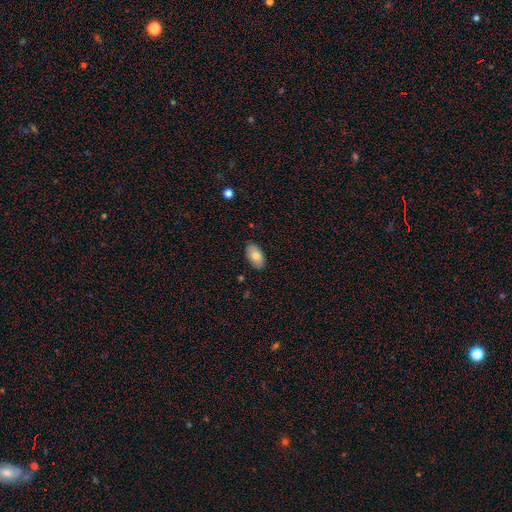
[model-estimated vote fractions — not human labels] Overall: smooth (80%). How rounded: in between (95%). Merging: none (87%).